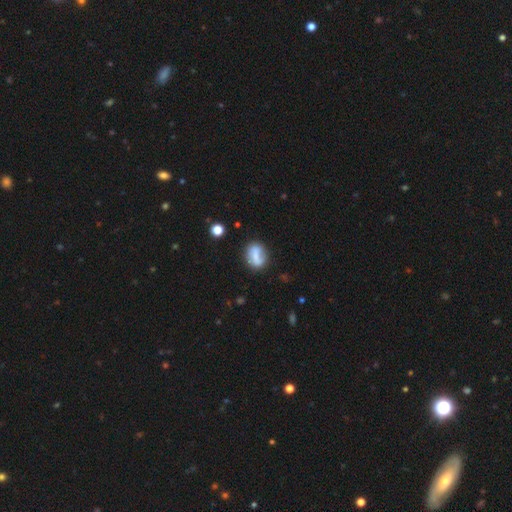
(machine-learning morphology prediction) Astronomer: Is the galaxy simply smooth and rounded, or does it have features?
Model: smooth — 54% (runner-up: featured or disk, 38%).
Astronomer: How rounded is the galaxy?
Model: in between — 57% (runner-up: round, 40%).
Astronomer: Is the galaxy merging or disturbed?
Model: none — 66%.